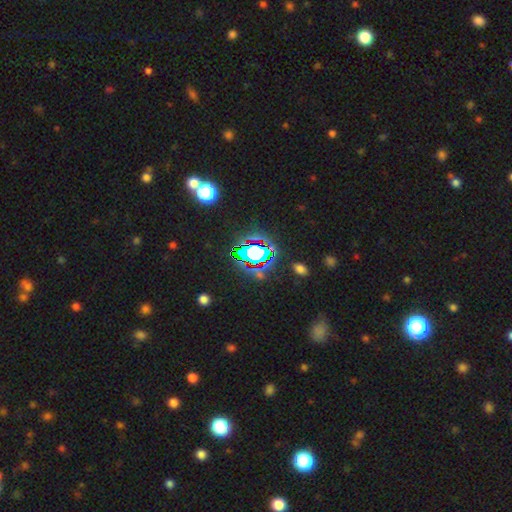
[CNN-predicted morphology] smooth-or-featured: star or artifact: 68% | smooth: 19% | featured or disk: 13%